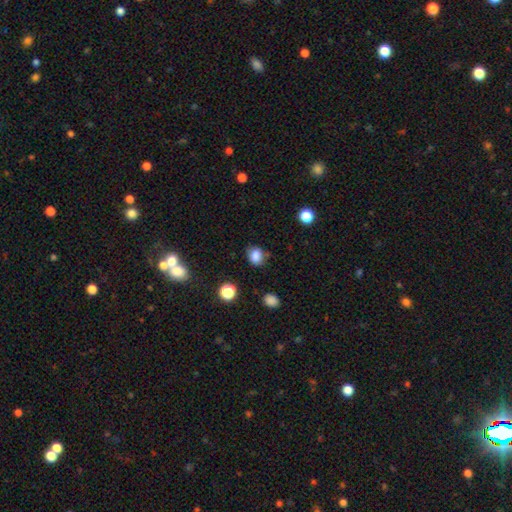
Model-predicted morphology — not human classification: The model was most divided on "how rounded": round: 55%, in between: 44%, cigar-shaped: 1%. More confident: smooth or featured — smooth (83%); merging — none (74%).